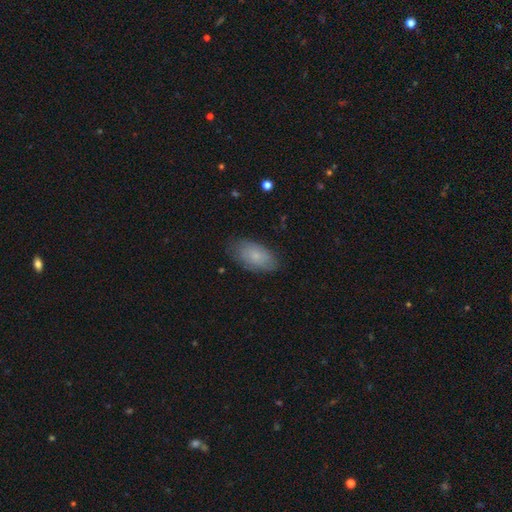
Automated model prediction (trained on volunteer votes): This is likely a smooth galaxy (70%). How rounded: clearly in between (93%). Merging: likely none (75%).